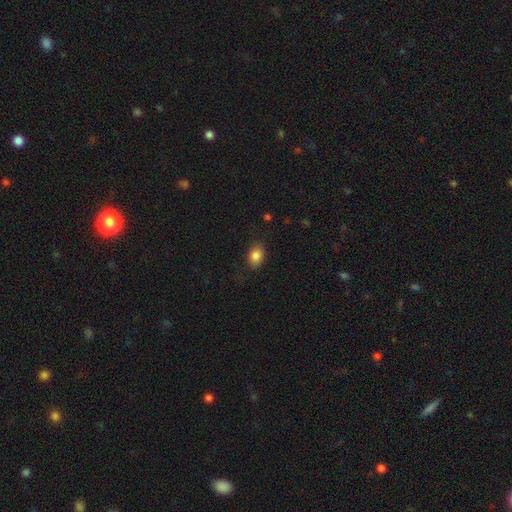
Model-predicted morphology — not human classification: Smooth or featured? smooth (85%)
How rounded? in between (73%)
Merging? none (81%)